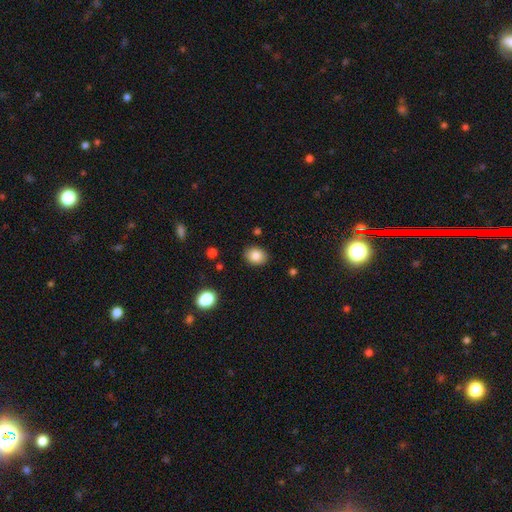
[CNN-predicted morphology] Overall: smooth (84%). How rounded: in between (52%; round 47%). Merging: none (88%).